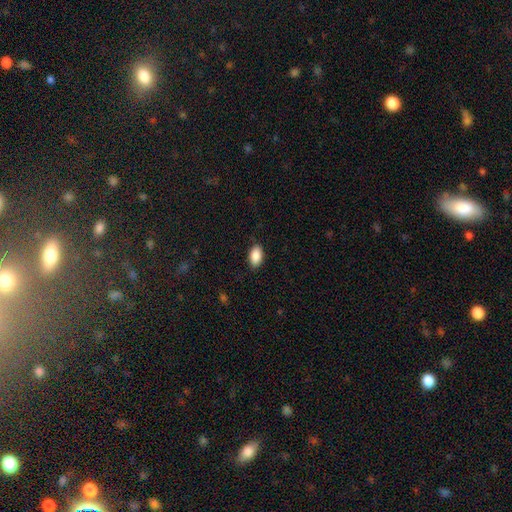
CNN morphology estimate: Smooth or featured? Predicted: smooth (p=0.89). How rounded? Predicted: in between (p=0.93). Merging? Predicted: none (p=0.86).